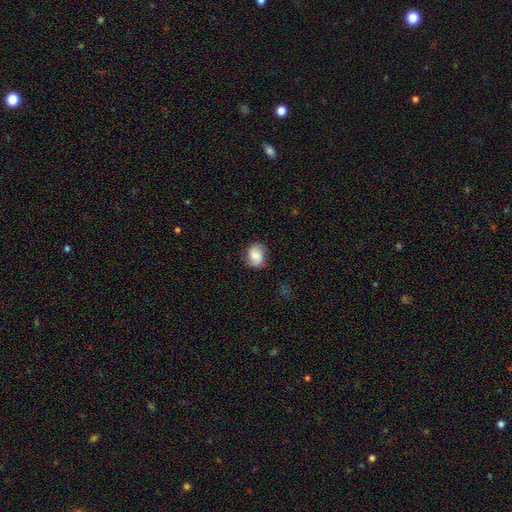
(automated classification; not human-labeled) This appears to be a smooth galaxy with no disk features (63%) that is round (53%). Merging: none (76%).